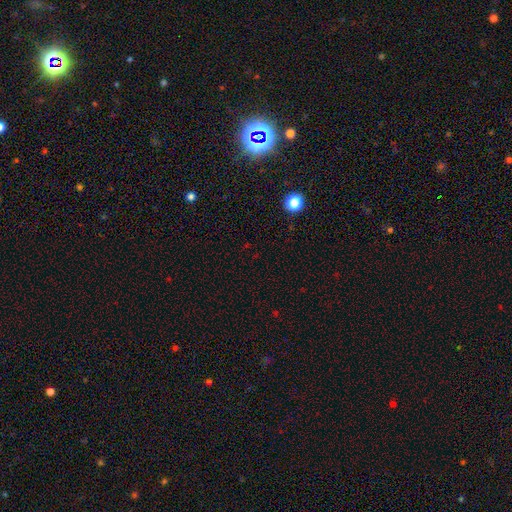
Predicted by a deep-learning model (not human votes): smooth-or-featured: star or artifact: 61% | smooth: 32% | featured or disk: 6%